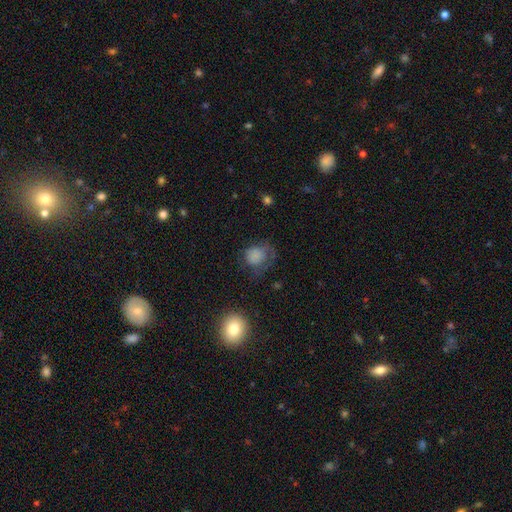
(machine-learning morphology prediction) smooth 75%, featured or disk 14%, star or artifact 11%. Down the decision tree: how rounded — round (68%); merging — none (41%).